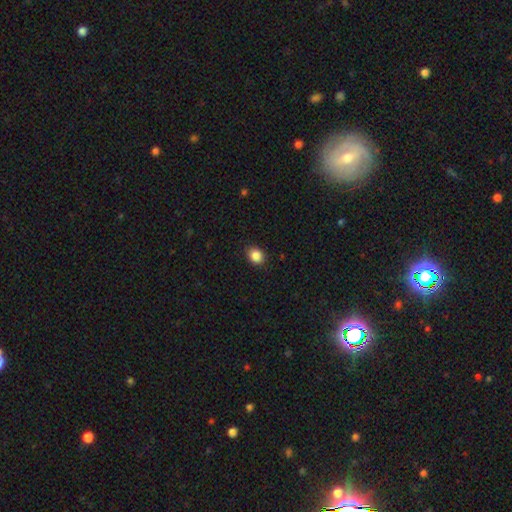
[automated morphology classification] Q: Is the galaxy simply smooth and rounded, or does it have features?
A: smooth — 87%.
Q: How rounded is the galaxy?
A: round — 50%.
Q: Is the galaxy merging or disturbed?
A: none — 88%.